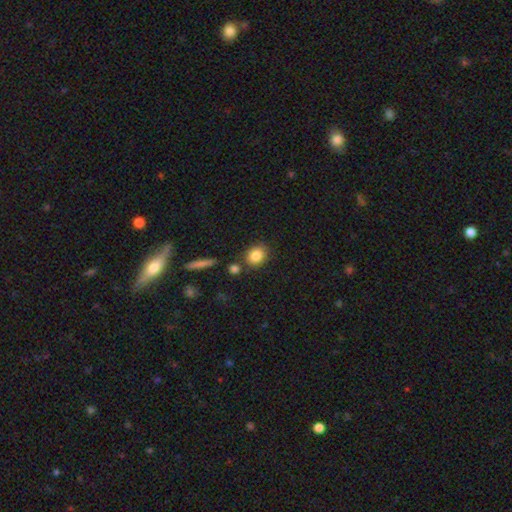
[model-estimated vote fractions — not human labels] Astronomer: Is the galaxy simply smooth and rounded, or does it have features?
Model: smooth — 85%.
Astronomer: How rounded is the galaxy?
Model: round — 52% (runner-up: in between, 46%).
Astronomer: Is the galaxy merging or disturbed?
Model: none — 75%.